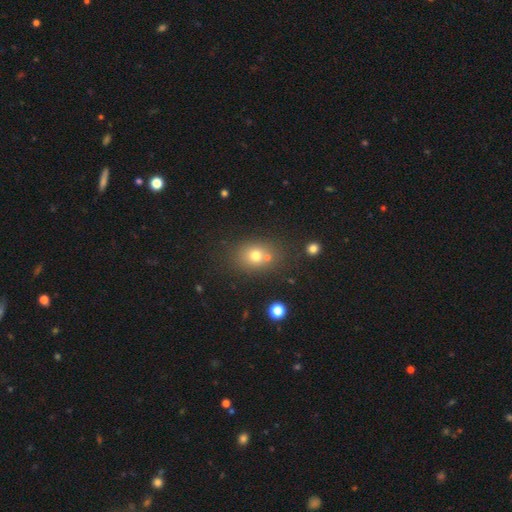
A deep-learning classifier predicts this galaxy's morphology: smooth-or-featured: smooth: 71% | star or artifact: 15% | featured or disk: 13%
  how-rounded: round: 55% | in between: 44% | cigar-shaped: 1%
  merging: none: 64% | merger: 20% | minor disturbance: 11% | major disturbance: 4%